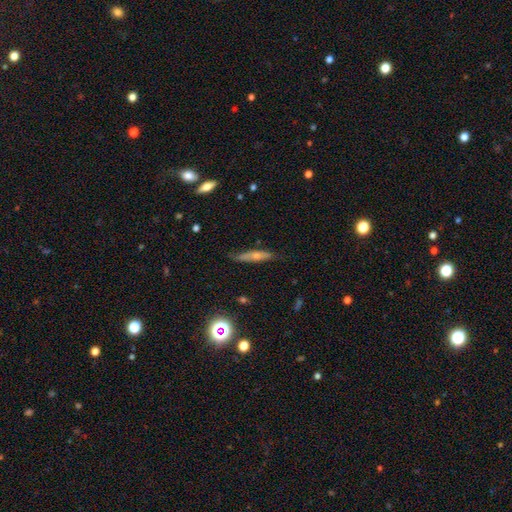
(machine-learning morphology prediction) Q: Smooth or featured?
A: smooth (49%); runner-up: featured or disk (42%)
Q: Merging?
A: none (75%); runner-up: minor disturbance (20%)